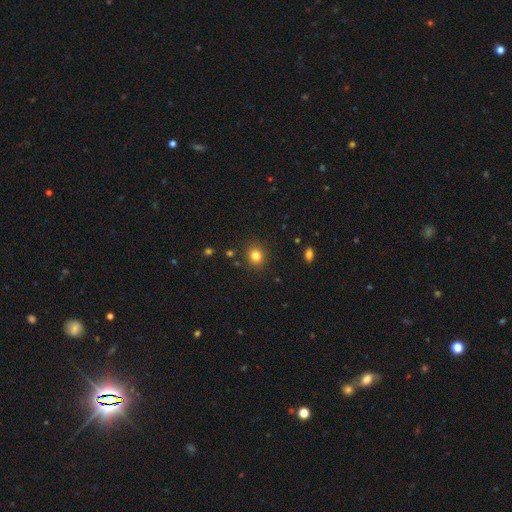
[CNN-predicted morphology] This appears to be a smooth galaxy with no disk features (82%) that is round (77%). Merging: none (88%).